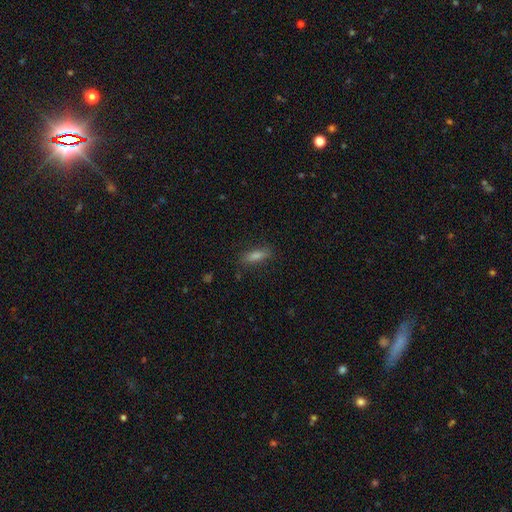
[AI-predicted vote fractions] A smooth galaxy with no disk features (71%) that is in between round and cigar-shaped (49%).

Vote fractions:
- Smooth or featured? smooth: 71% / star or artifact: 15% / featured or disk: 14%
- How rounded? in between: 49% / cigar-shaped: 48% / round: 3%
- Merging? none: 84% / minor disturbance: 12% / major disturbance: 3% / merger: 1%